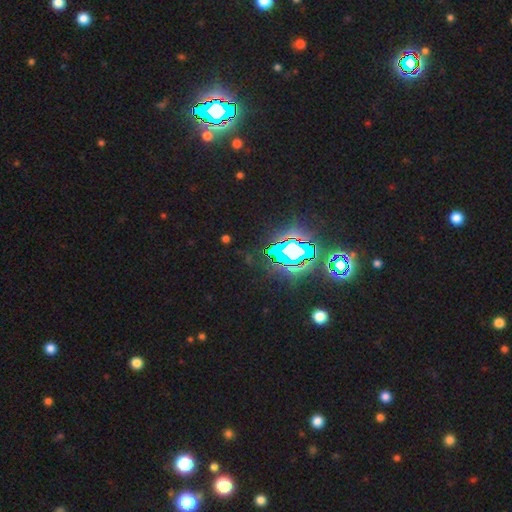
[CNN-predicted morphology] Smooth or featured? star or artifact (83%)